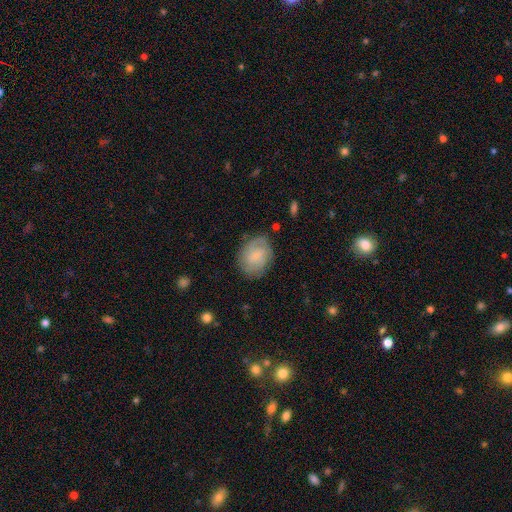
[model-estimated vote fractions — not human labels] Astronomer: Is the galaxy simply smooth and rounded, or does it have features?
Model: smooth — 55% (runner-up: featured or disk, 38%).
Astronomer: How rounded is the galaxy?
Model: in between — 56% (runner-up: round, 43%).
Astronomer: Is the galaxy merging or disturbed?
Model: none — 75%.